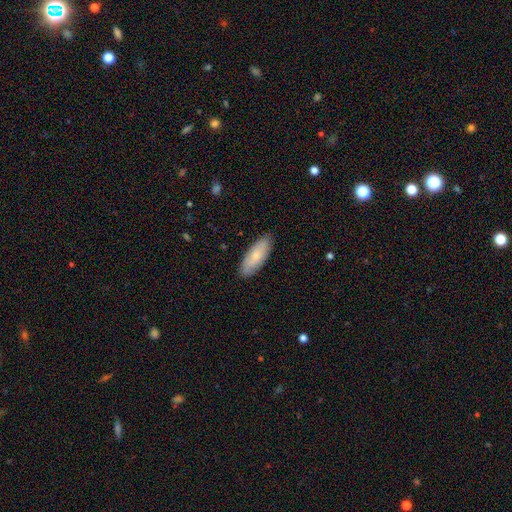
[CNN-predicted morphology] Smooth or featured? Predicted: smooth (p=0.75). How rounded? Predicted: in between (p=0.72). Merging? Predicted: none (p=0.87).